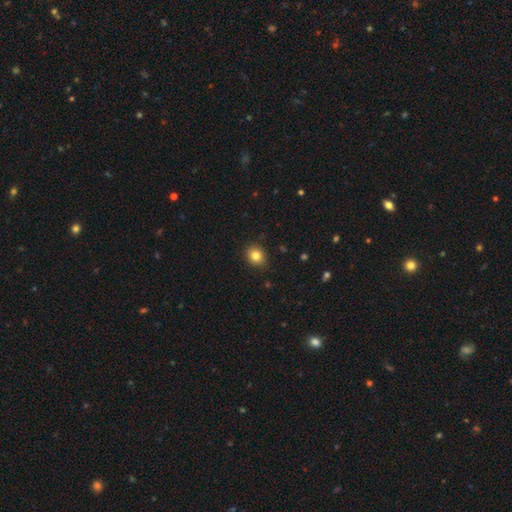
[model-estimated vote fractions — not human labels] A smooth galaxy with no disk features (83%) that is round (70%).

Vote fractions:
- Smooth or featured? smooth: 83% / star or artifact: 11% / featured or disk: 6%
- How rounded? round: 70% / in between: 29% / cigar-shaped: 1%
- Merging? none: 87% / minor disturbance: 10% / major disturbance: 2% / merger: 1%